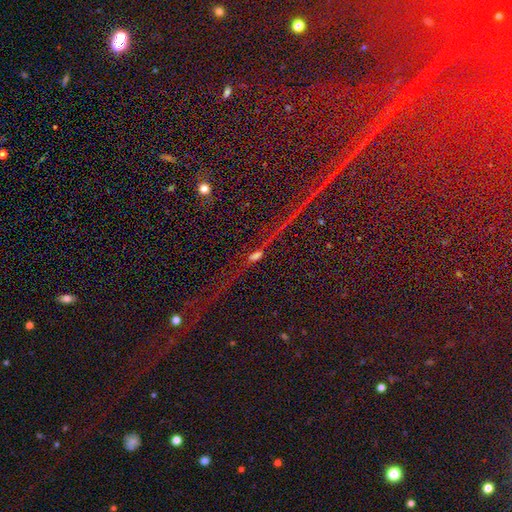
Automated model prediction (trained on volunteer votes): smooth-or-featured: star or artifact: 51% | smooth: 25% | featured or disk: 24%